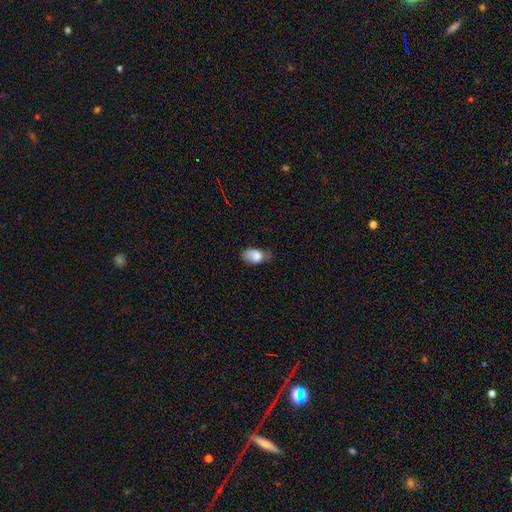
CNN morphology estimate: smooth_or_featured: smooth (p=0.79) [alt: featured or disk p=0.13]
how_rounded: in between (p=0.88) [alt: round p=0.11]
merging: minor disturbance (p=0.42) [alt: none p=0.34]